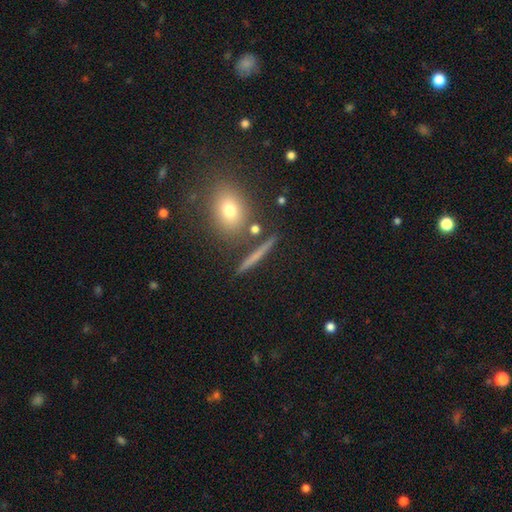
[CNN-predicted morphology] type=smooth (49%); merging=none (85%).